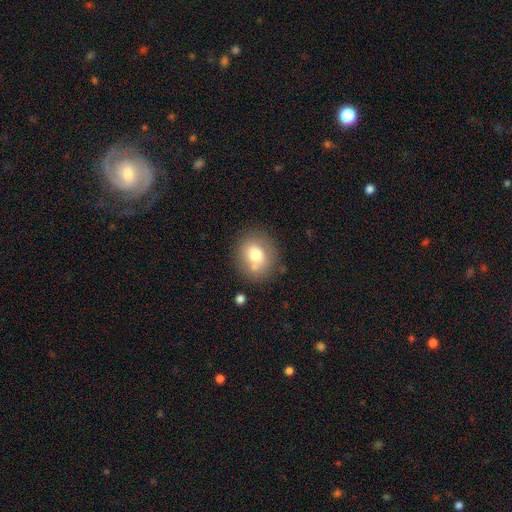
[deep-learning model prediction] A smooth galaxy with no disk features (72%) that is round (68%).

Vote fractions:
- Smooth or featured? smooth: 72% / featured or disk: 18% / star or artifact: 10%
- How rounded? round: 68% / in between: 31% / cigar-shaped: 1%
- Merging? none: 69% / minor disturbance: 14% / merger: 13% / major disturbance: 4%